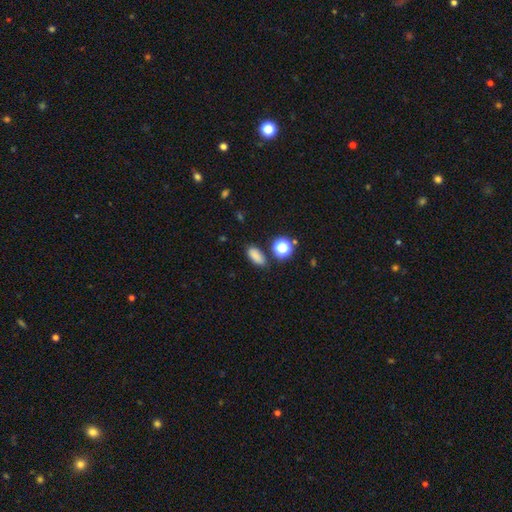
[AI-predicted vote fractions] A smooth galaxy with no disk features (81%) that is in between round and cigar-shaped (83%). Merging: none (81%).